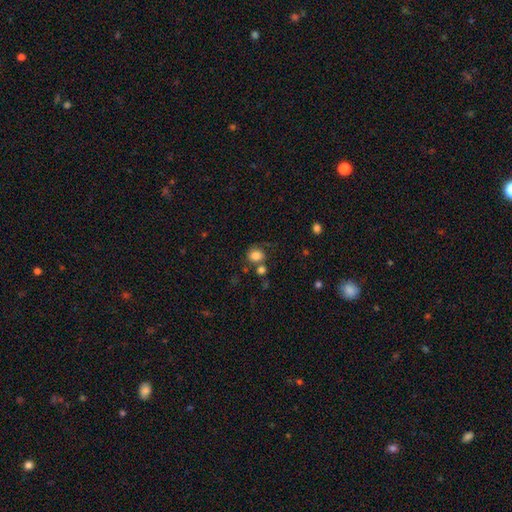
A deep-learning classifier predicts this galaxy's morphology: Smooth or featured?
  - smooth: 82% *
  - star or artifact: 10%
  - featured or disk: 8%
How rounded?
  - round: 73% *
  - in between: 26%
  - cigar-shaped: 1%
Merging?
  - none: 55% *
  - merger: 18%
  - minor disturbance: 17%
  - major disturbance: 9%